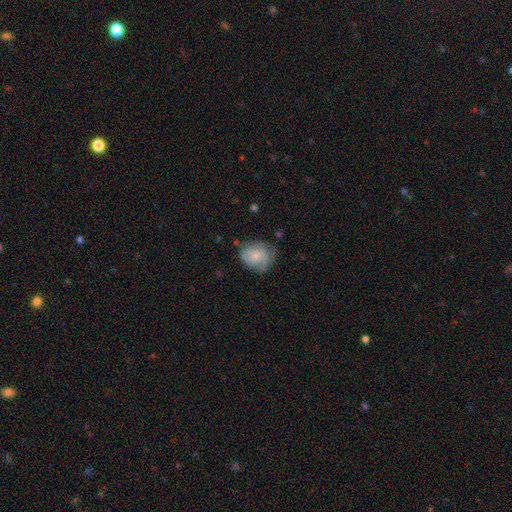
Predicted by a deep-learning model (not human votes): This appears to be a smooth galaxy with no disk features (63%) that is round (56%). Merging: none (53%).